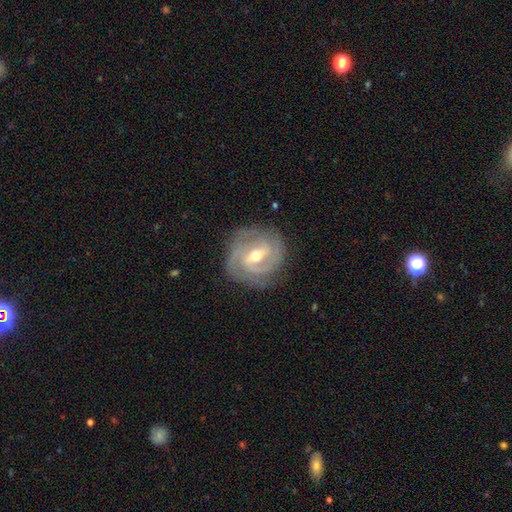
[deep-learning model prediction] Smooth or featured?
  - featured or disk: 87% *
  - smooth: 8%
  - star or artifact: 5%
Edge-on disk?
  - no: 97% *
  - yes: 3%
Bar?
  - weak: 50% *
  - strong: 32%
  - no: 18%
Spiral arms?
  - yes: 95% *
  - no: 5%
Spiral winding?
  - tight: 58% *
  - medium: 35%
  - loose: 7%
Spiral arm count?
  - 2: 44% *
  - 3: 29%
  - can't tell: 15%
  - 4: 5%
  - 1: 4%
  - more than 4: 3%
Bulge size?
  - moderate: 62% *
  - small: 34%
  - large: 2%
  - none: 1%
  - dominant: 1%
Merging?
  - none: 80% *
  - minor disturbance: 14%
  - major disturbance: 5%
  - merger: 1%